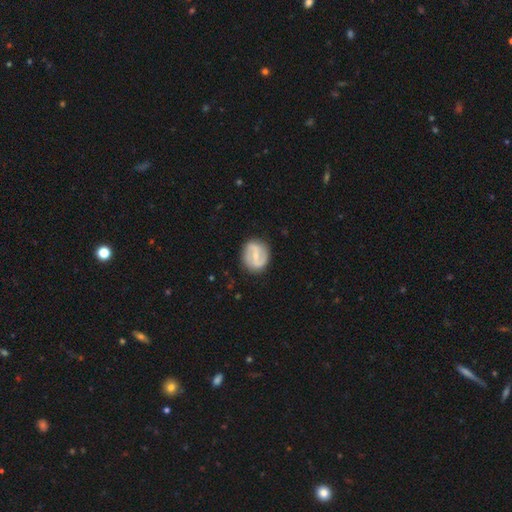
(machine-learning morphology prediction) Q: Smooth or featured?
A: featured or disk (73%); runner-up: smooth (22%)
Q: Edge-on disk?
A: no (97%); runner-up: yes (3%)
Q: Bar?
A: weak (44%); runner-up: strong (39%)
Q: Spiral arms?
A: yes (83%); runner-up: no (17%)
Q: Spiral winding?
A: medium (43%); runner-up: loose (32%)
Q: Spiral arm count?
A: 2 (88%); runner-up: can't tell (7%)
Q: Bulge size?
A: small (60%); runner-up: moderate (34%)
Q: Merging?
A: none (84%); runner-up: minor disturbance (11%)